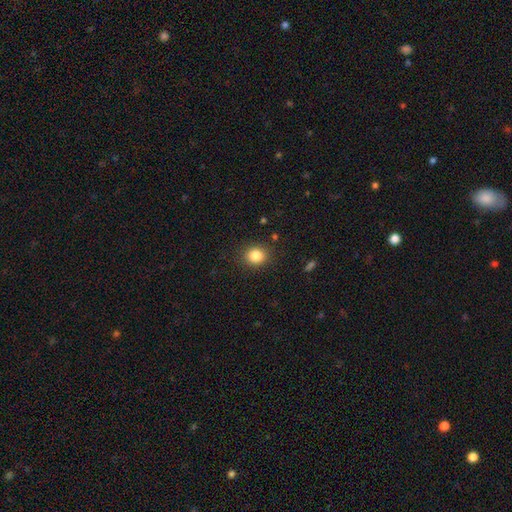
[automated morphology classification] Smooth or featured? smooth (84%)
How rounded? round (76%)
Merging? none (88%)